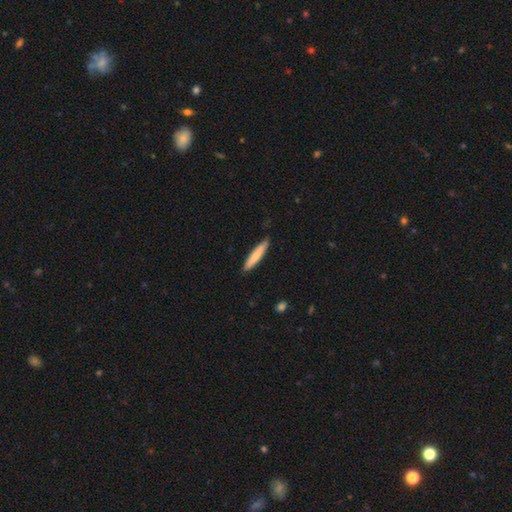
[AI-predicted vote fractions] Smooth or featured? smooth (77%)
How rounded? cigar-shaped (90%)
Merging? none (86%)